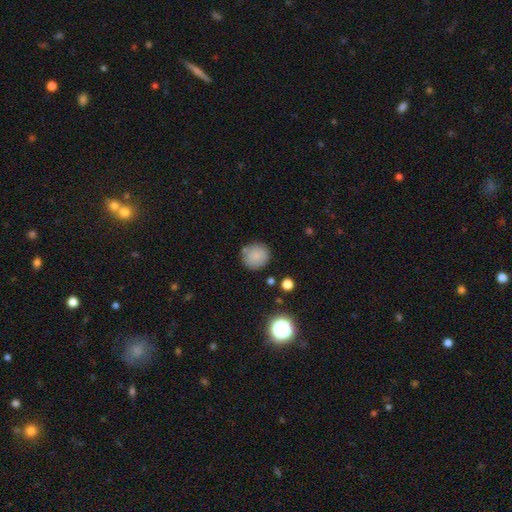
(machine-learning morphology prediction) Smooth or featured? smooth (82%)
How rounded? round (90%)
Merging? none (79%)